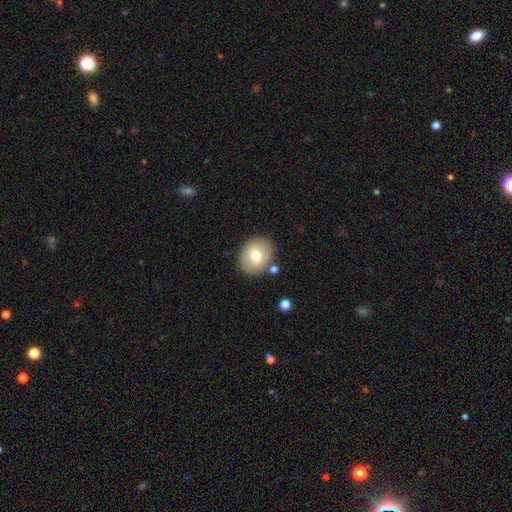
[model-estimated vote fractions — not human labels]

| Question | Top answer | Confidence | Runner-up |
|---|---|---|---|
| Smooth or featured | smooth | 70% | featured or disk (22%) |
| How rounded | round | 63% | in between (36%) |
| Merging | none | 84% | minor disturbance (9%) |